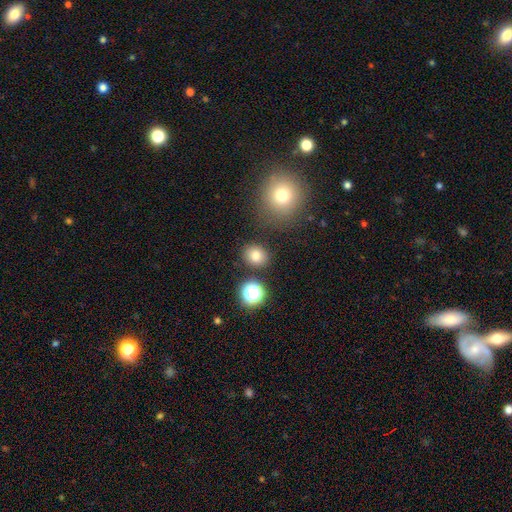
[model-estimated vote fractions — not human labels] The model was most divided on "how rounded": round: 63%, in between: 36%, cigar-shaped: 1%. More confident: merging — none (82%); smooth or featured — smooth (79%).